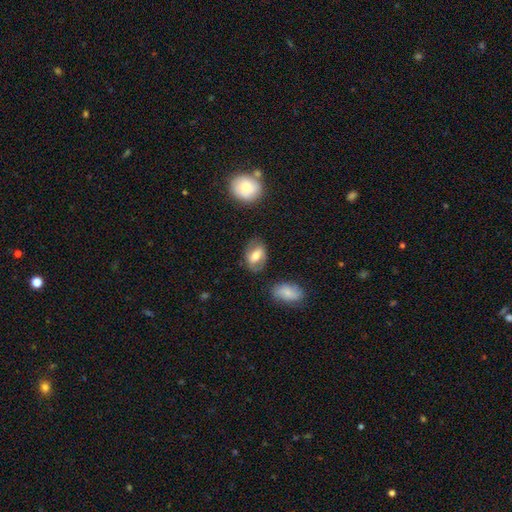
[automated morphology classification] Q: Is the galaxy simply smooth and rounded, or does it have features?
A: smooth — 58%.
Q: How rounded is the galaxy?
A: in between — 83%.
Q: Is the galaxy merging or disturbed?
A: none — 73%.